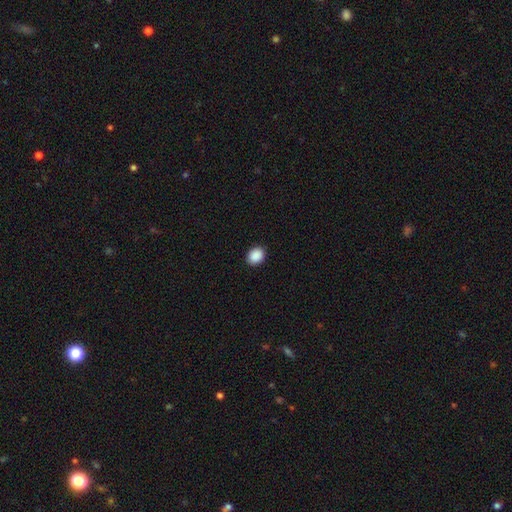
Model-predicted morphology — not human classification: Smooth or featured? Predicted: smooth (p=0.90). How rounded? Predicted: round (p=0.50). Merging? Predicted: none (p=0.91).